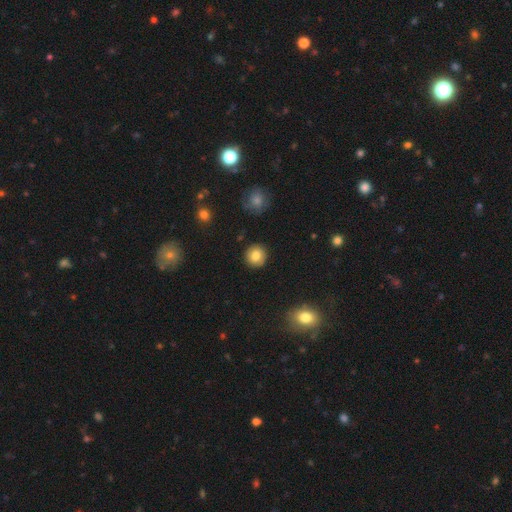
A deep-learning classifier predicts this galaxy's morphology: Smooth or featured: smooth — 83% (star or artifact — 9%)
How rounded: round — 93% (in between — 6%)
Merging: none — 91% (minor disturbance — 6%)